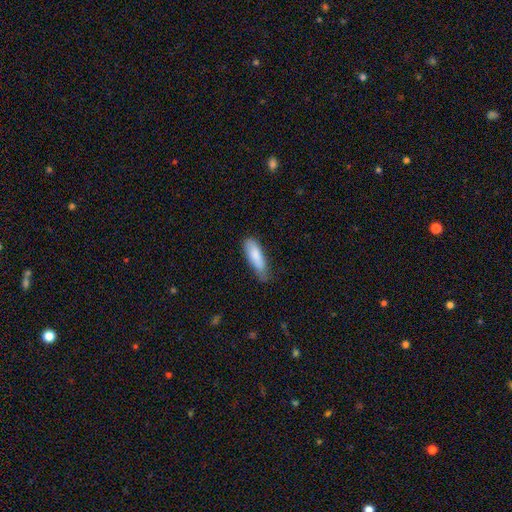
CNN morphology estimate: A smooth galaxy with no disk features (83%) that is cigar-shaped (54%). Merging: none (51%).